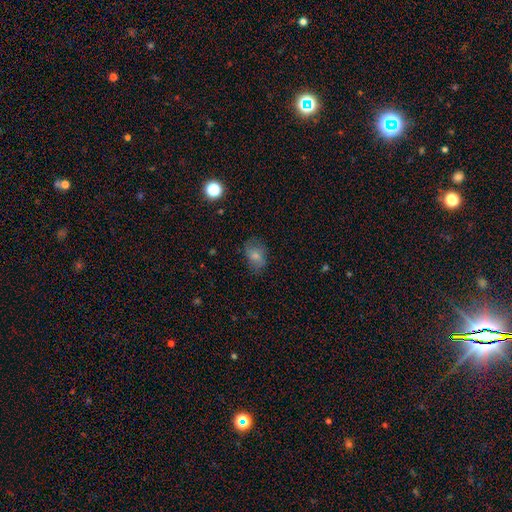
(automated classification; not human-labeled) This appears to be a smooth galaxy with no disk features (71%) that is in between round and cigar-shaped (76%). Merging: none (66%).